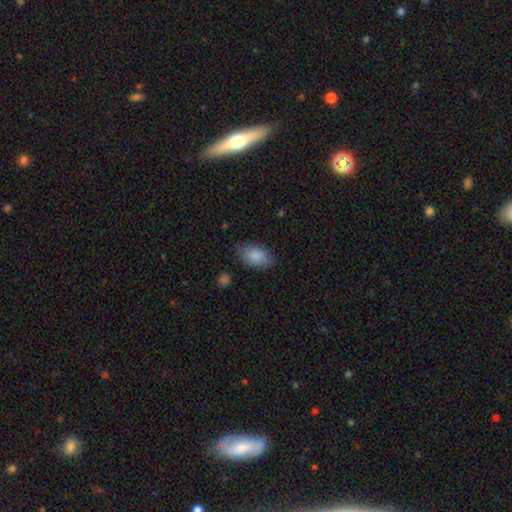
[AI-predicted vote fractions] A smooth galaxy with no disk features (87%) that is in between round and cigar-shaped (92%). Merging: none (78%).